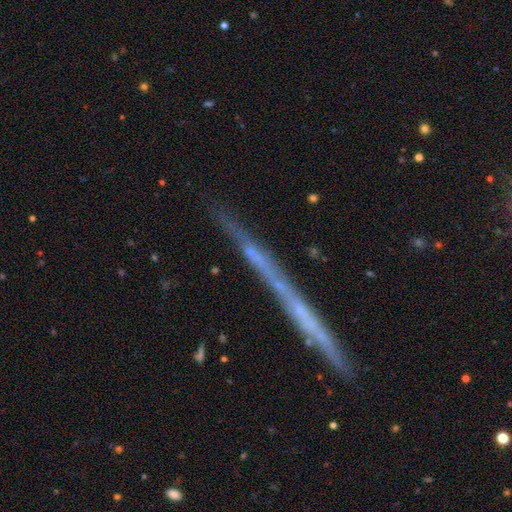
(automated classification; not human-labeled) This is possibly a featured or disk galaxy (59%). It is clearly viewed edge-on (94%). Edge-on bulge: clearly none (81%). Merging: clearly none (81%).